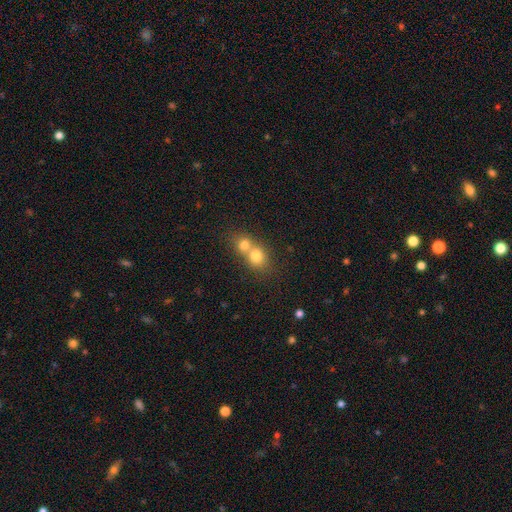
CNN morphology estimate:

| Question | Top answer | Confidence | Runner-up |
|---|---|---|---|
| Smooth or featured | smooth | 74% | featured or disk (15%) |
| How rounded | round | 75% | in between (24%) |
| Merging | merger | 67% | none (27%) |